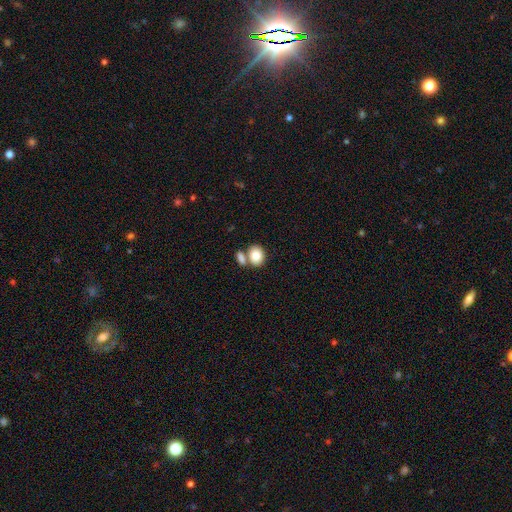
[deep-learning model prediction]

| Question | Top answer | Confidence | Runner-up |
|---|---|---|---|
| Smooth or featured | smooth | 81% | featured or disk (11%) |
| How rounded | in between | 50% | round (49%) |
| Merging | none | 51% | merger (36%) |